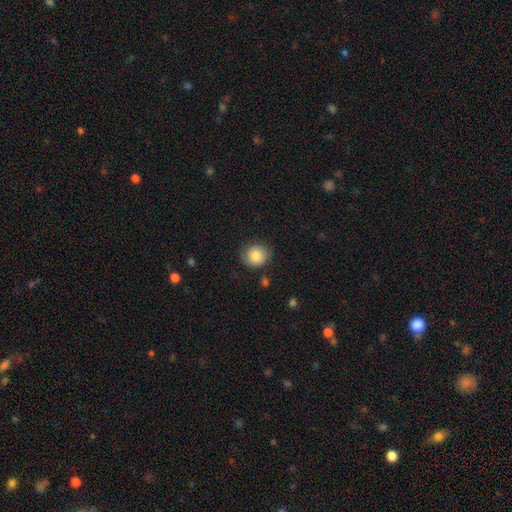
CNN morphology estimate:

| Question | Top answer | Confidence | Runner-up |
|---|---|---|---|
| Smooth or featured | smooth | 81% | featured or disk (11%) |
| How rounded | round | 80% | in between (19%) |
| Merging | none | 79% | minor disturbance (15%) |